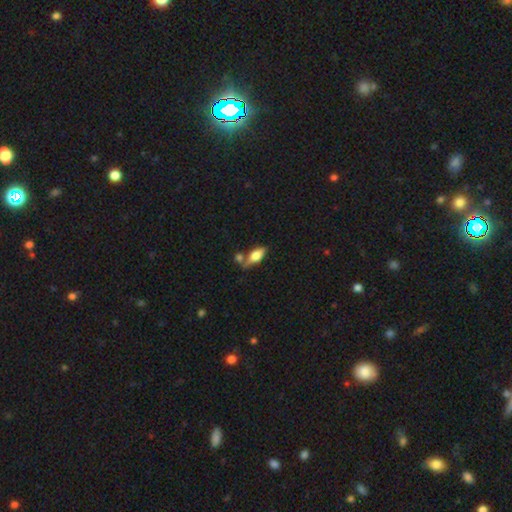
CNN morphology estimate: A smooth galaxy with no disk features (68%) that is in between round and cigar-shaped (81%). Merging: none (53%).